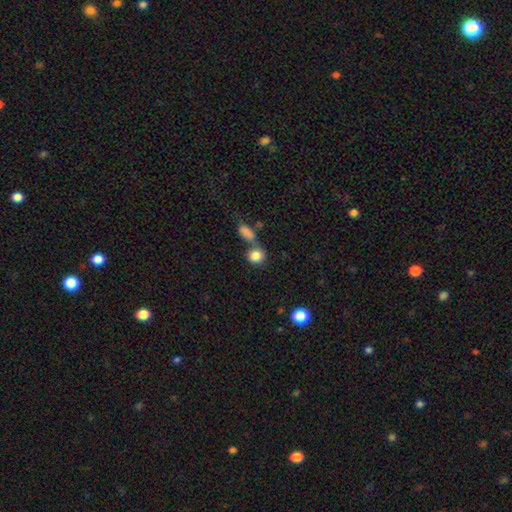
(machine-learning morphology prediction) Overall: smooth (84%). How rounded: round (72%). Merging: none (52%; merger 31%).